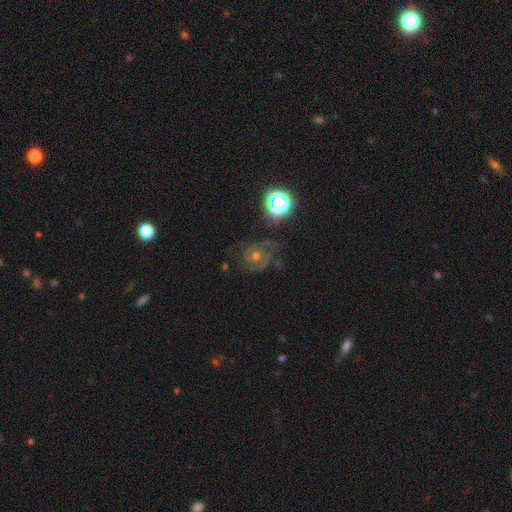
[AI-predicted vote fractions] Overall: featured or disk (68%). Edge-on disk: no (97%). Bar: no (76%). Spiral arms: yes (92%). Spiral arm count: 2 (37%; can't tell 25%). Spiral winding: tight (55%; medium 36%). Bulge size: moderate (60%; small 35%). Merging: none (69%).